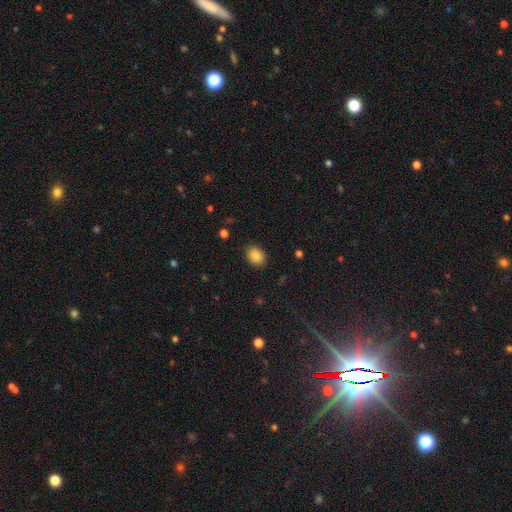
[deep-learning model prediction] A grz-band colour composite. It shows a smooth galaxy with no disk features (88%) that is in between round and cigar-shaped (65%). Merging: none (88%).